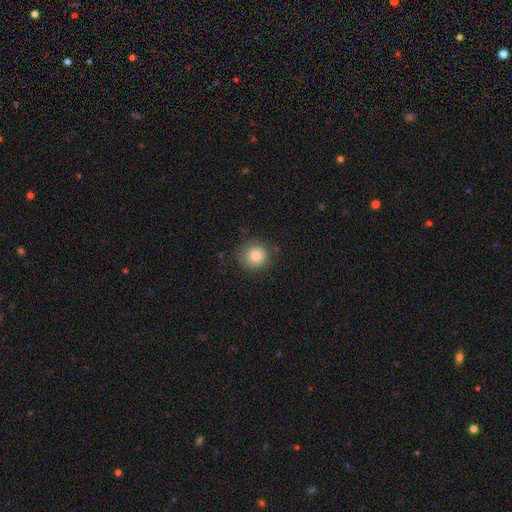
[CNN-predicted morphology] The model was most divided on "smooth or featured": smooth: 80%, star or artifact: 11%, featured or disk: 10%. More confident: how rounded — round (91%); merging — none (83%).